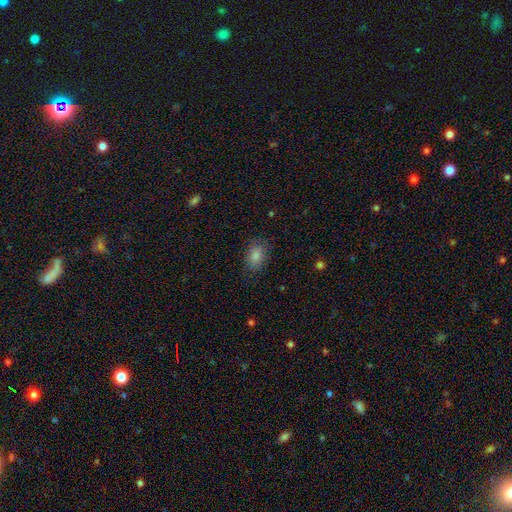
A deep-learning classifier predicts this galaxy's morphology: Smooth or featured? smooth (79%)
How rounded? in between (79%)
Merging? none (82%)